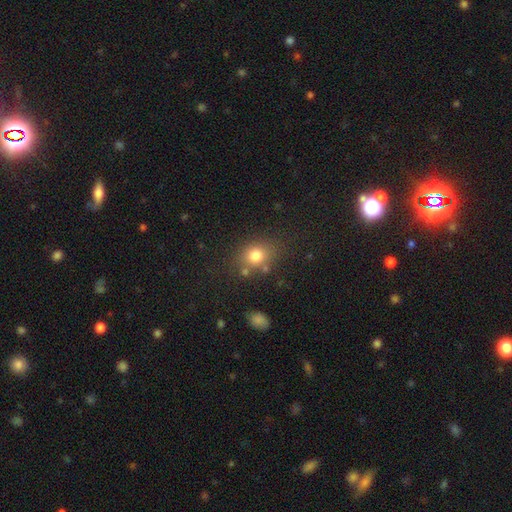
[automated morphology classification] Overall: smooth (78%). How rounded: round (60%; in between 38%). Merging: none (71%).